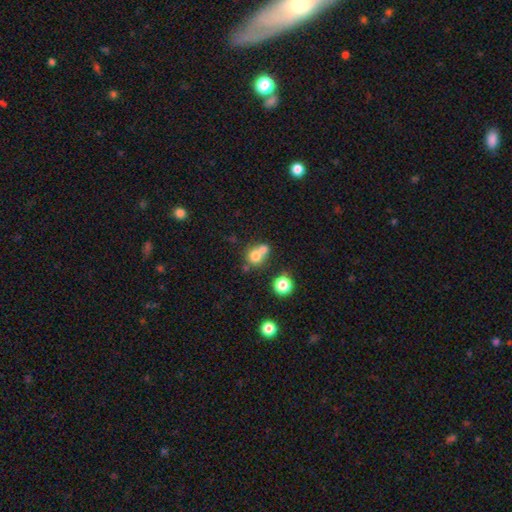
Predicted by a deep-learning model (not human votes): Smooth or featured? smooth (73%)
How rounded? round (79%)
Merging? merger (55%)